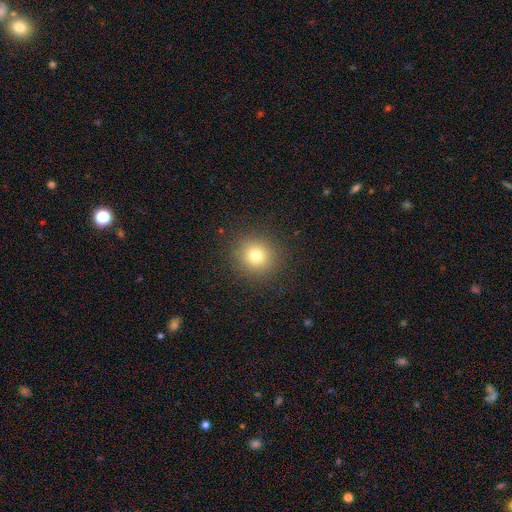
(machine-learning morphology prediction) The model was most divided on "smooth or featured": smooth: 76%, star or artifact: 15%, featured or disk: 9%. More confident: how rounded — round (93%); merging — none (90%).